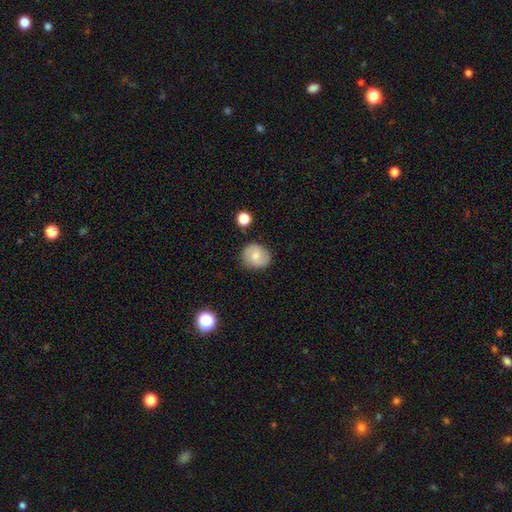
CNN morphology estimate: Smooth or featured? smooth (70%)
How rounded? round (72%)
Merging? none (84%)